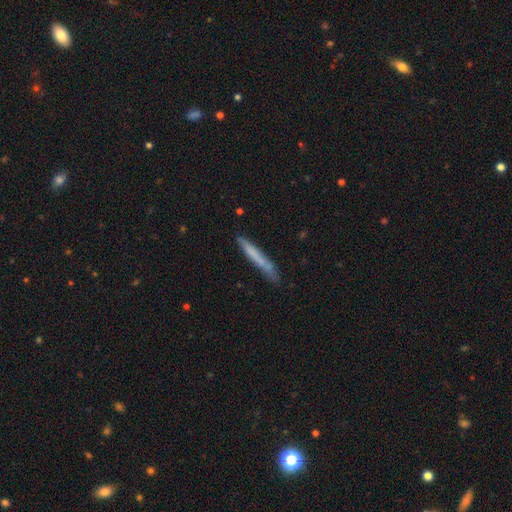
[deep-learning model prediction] A smooth galaxy with no disk features (64%) that is cigar-shaped (96%). Merging: none (77%).